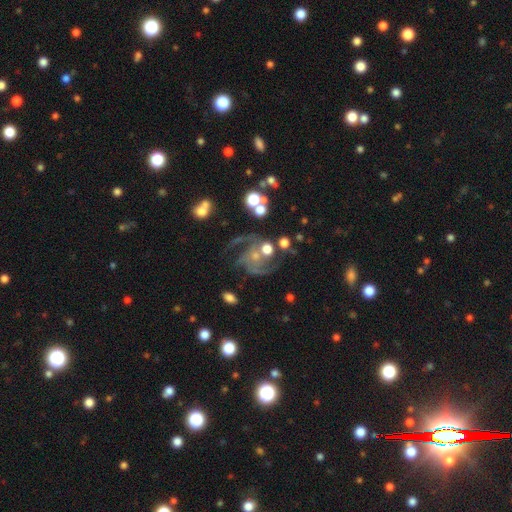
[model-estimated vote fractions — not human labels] Overall: featured or disk (81%). Edge-on disk: no (98%). Bar: no (68%). Spiral arms: yes (94%). Spiral arm count: 2 (35%; 3 30%). Spiral winding: medium (53%; tight 25%). Bulge size: small (53%; moderate 31%). Merging: none (54%; major disturbance 20%).